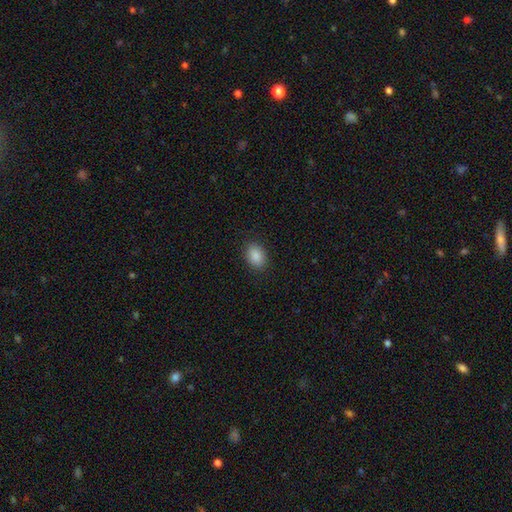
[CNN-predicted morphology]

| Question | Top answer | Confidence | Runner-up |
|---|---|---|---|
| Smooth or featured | smooth | 89% | star or artifact (8%) |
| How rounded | in between | 79% | round (20%) |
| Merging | none | 88% | minor disturbance (8%) |